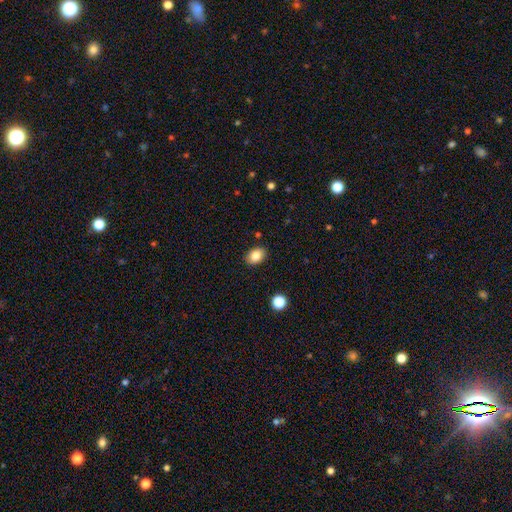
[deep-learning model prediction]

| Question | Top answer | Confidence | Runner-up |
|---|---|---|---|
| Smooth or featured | smooth | 84% | star or artifact (9%) |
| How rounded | in between | 75% | round (24%) |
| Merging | none | 88% | minor disturbance (8%) |